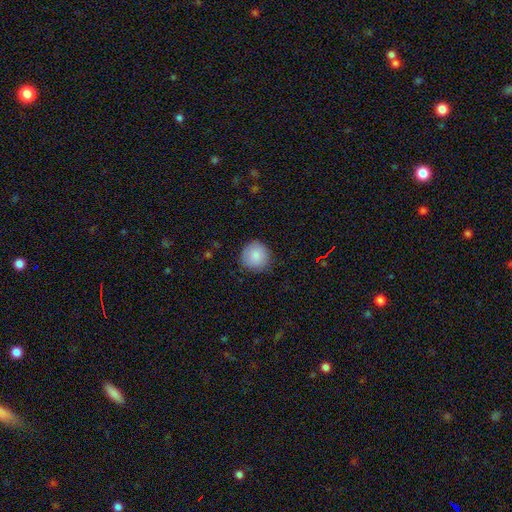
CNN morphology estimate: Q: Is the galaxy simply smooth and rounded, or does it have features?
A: smooth — 87%.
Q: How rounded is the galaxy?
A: round — 93%.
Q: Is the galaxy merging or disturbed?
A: none — 84%.